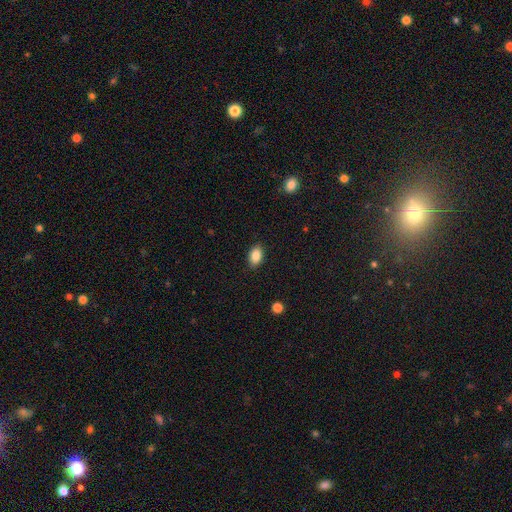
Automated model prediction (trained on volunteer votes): This appears to be a smooth galaxy with no disk features (87%) that is in between round and cigar-shaped (89%). Merging: none (87%).